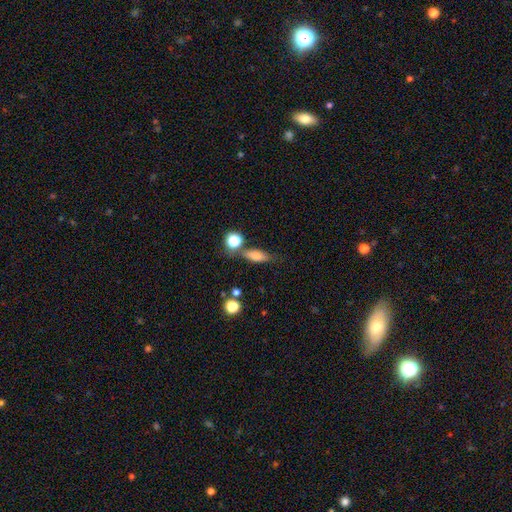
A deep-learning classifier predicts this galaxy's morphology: A smooth galaxy with no disk features (76%) that is in between round and cigar-shaped (62%). Merging: none (64%).